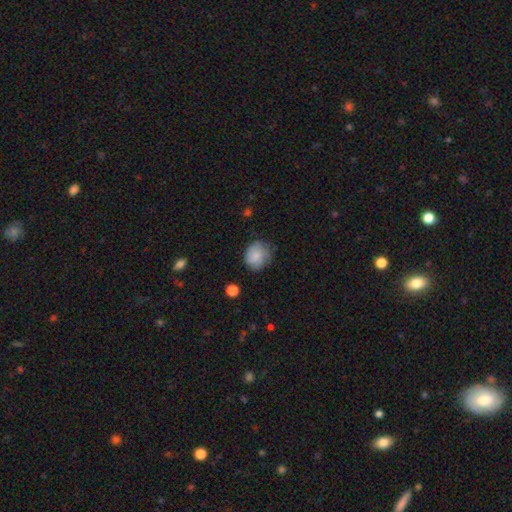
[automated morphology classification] Q: Smooth or featured?
A: smooth (74%); runner-up: featured or disk (19%)
Q: How rounded?
A: round (73%); runner-up: in between (26%)
Q: Merging?
A: none (68%); runner-up: minor disturbance (24%)